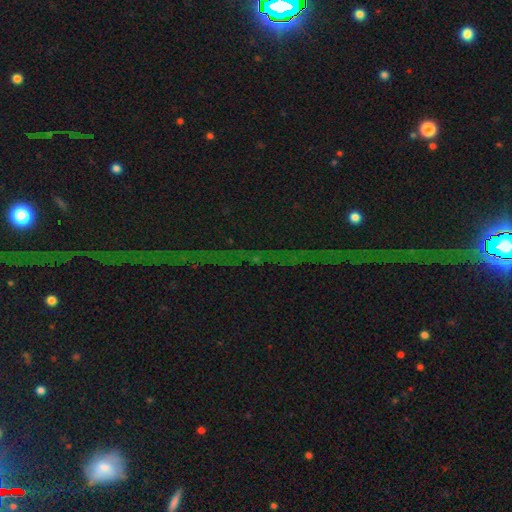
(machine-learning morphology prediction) Smooth or featured? Predicted: star or artifact (p=0.76).